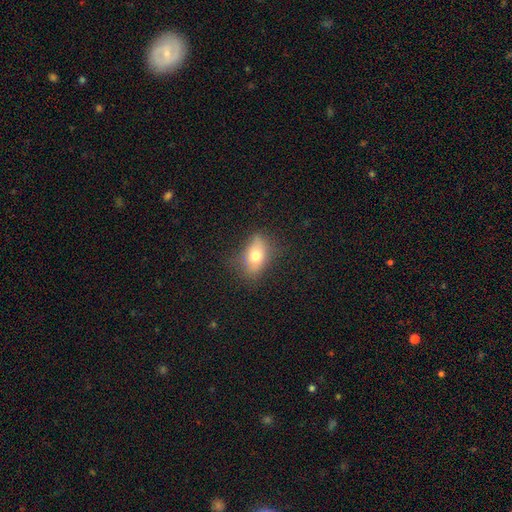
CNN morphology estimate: A smooth galaxy with no disk features (69%) that is in between round and cigar-shaped (83%).

Vote fractions:
- Smooth or featured? smooth: 69% / featured or disk: 21% / star or artifact: 9%
- How rounded? in between: 83% / round: 13% / cigar-shaped: 4%
- Merging? none: 66% / minor disturbance: 24% / major disturbance: 8% / merger: 2%